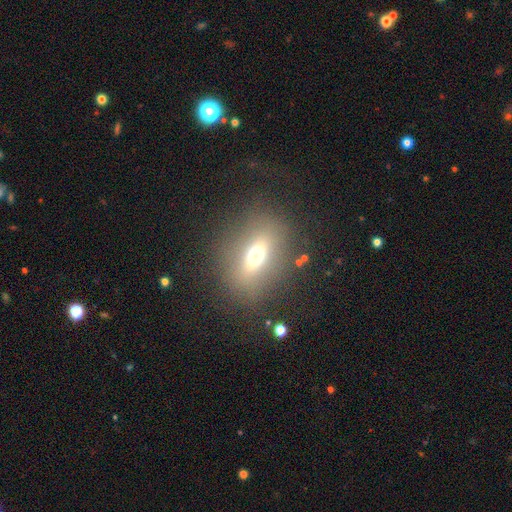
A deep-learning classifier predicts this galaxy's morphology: This is possibly a smooth galaxy (57%). How rounded: likely in between (63%). Merging: likely none (80%).